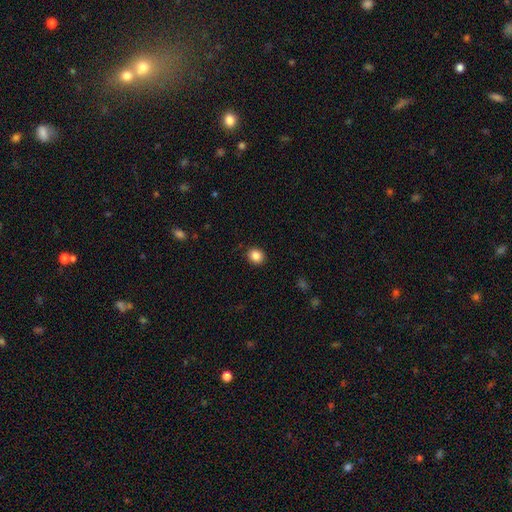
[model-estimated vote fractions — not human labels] Smooth or featured? smooth (86%)
How rounded? round (75%)
Merging? none (89%)